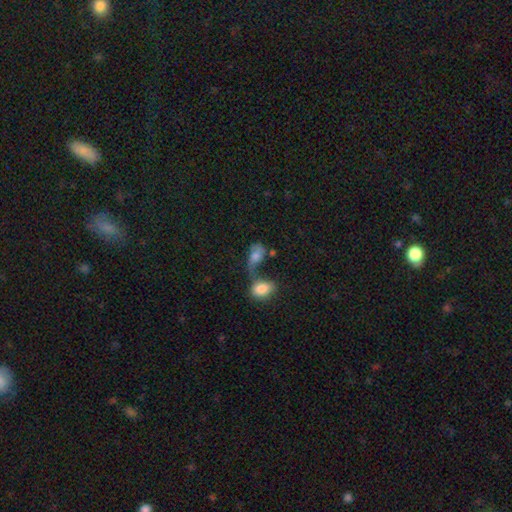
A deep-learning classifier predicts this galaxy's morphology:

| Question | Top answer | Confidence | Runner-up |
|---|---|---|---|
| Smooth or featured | smooth | 60% | featured or disk (30%) |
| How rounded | in between | 83% | round (14%) |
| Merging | merger | 55% | none (17%) |